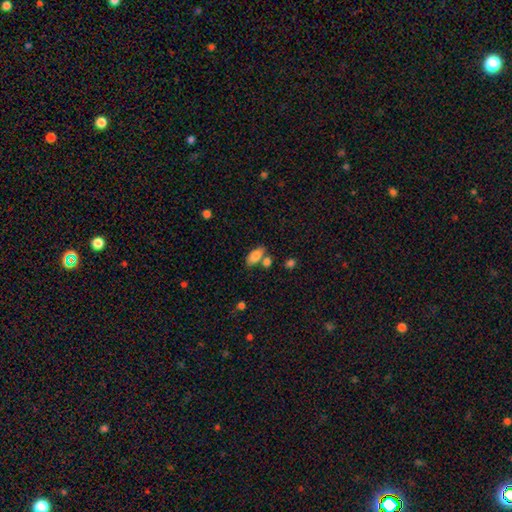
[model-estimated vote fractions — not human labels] smooth 83%, featured or disk 10%, star or artifact 8%. Down the decision tree: how rounded — in between (87%); merging — none (61%).